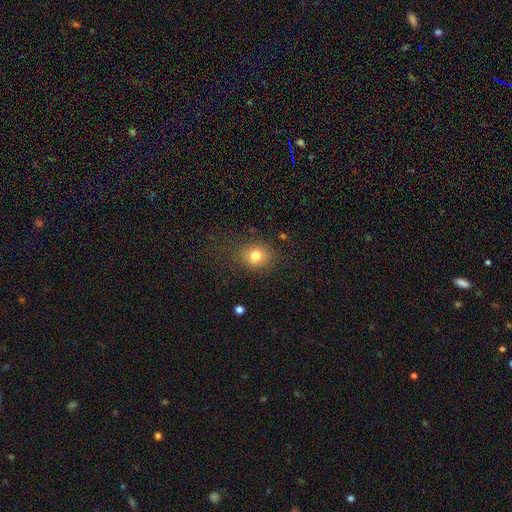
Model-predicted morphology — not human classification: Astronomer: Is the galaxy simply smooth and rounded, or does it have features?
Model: smooth — 78%.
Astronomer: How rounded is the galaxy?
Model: round — 67%.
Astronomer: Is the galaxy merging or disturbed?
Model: none — 77%.